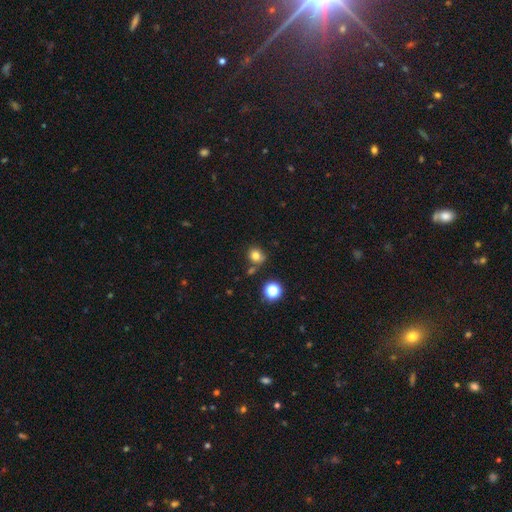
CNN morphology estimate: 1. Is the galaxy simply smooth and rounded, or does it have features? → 78% smooth, 15% star or artifact, 7% featured or disk.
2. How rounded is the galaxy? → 78% round, 21% in between, 1% cigar-shaped.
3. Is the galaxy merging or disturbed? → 73% none, 14% minor disturbance, 10% merger, 4% major disturbance.